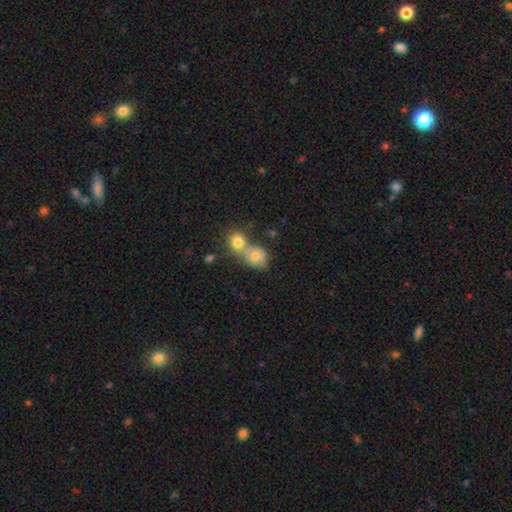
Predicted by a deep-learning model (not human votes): Morphology: type=smooth (76%); roundness=round (64%); merging=merger (63%).